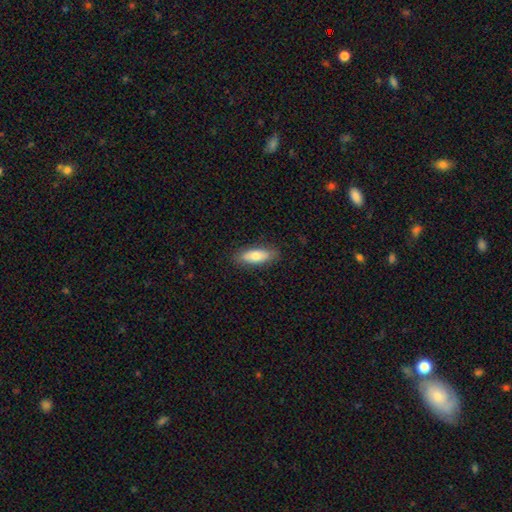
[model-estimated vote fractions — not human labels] Smooth or featured? smooth (75%)
How rounded? in between (65%)
Merging? none (86%)